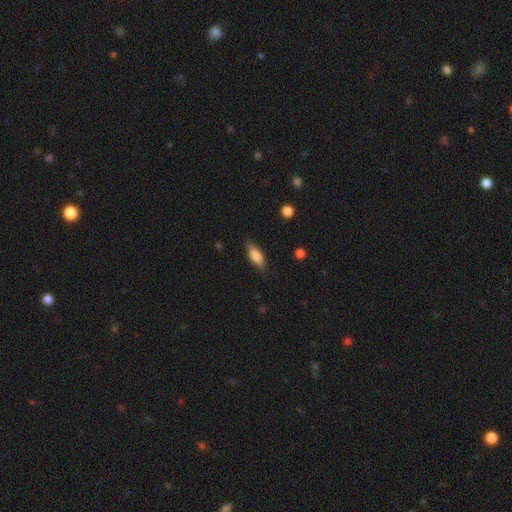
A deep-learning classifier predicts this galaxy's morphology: smooth-or-featured: smooth: 78% | featured or disk: 15% | star or artifact: 7%
  how-rounded: in between: 66% | cigar-shaped: 32% | round: 2%
  merging: none: 81% | minor disturbance: 14% | major disturbance: 3% | merger: 1%